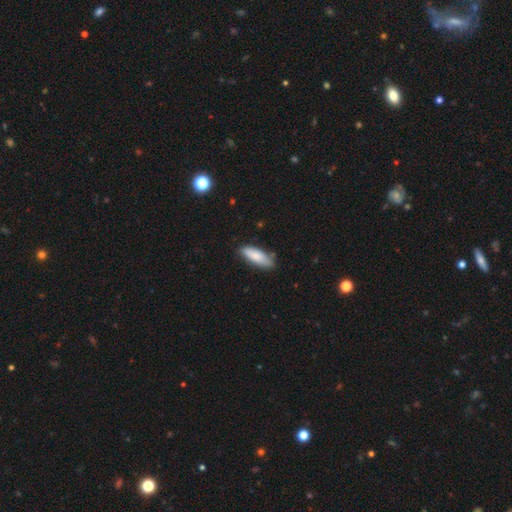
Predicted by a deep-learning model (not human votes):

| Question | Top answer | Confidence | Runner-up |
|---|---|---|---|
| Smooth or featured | smooth | 81% | featured or disk (13%) |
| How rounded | in between | 56% | cigar-shaped (42%) |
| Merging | none | 76% | minor disturbance (18%) |